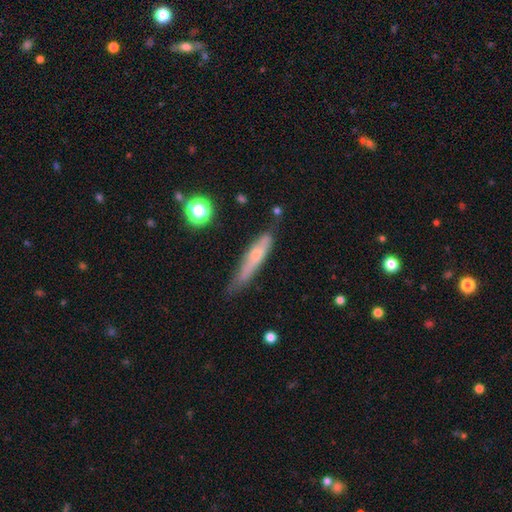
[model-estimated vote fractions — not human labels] A smooth galaxy with no disk features (60%) that is cigar-shaped (88%). Merging: none (55%).